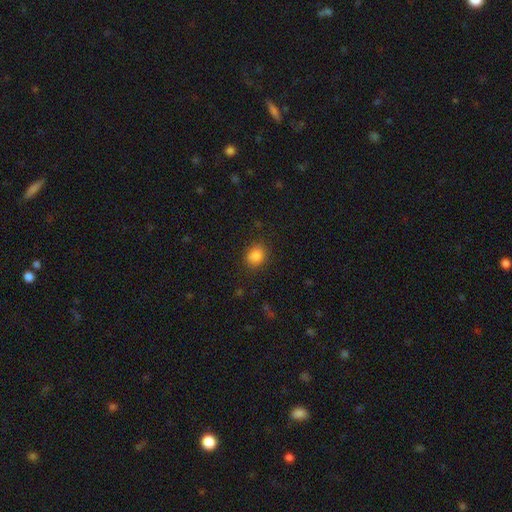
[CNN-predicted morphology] smooth 85%, star or artifact 10%, featured or disk 5%. Down the decision tree: how rounded — round (58%); merging — none (83%).